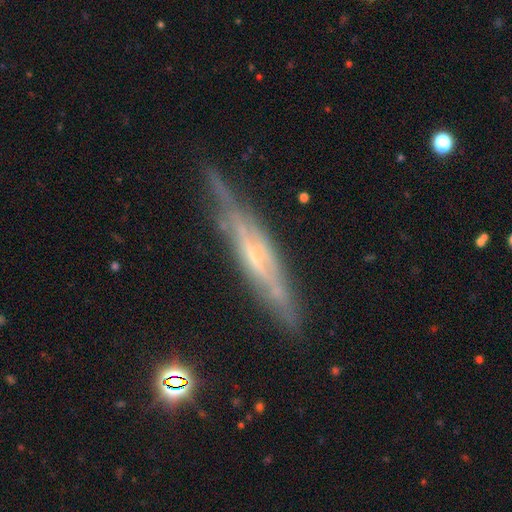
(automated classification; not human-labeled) This is likely a featured or disk galaxy (80%). It is clearly viewed edge-on (83%). Edge-on bulge: marginally none (45%). Merging: likely none (75%).